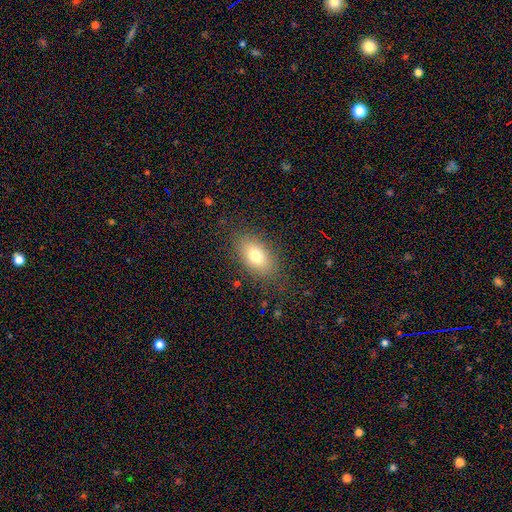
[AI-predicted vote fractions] smooth-or-featured: smooth: 75% | featured or disk: 16% | star or artifact: 10%
  how-rounded: in between: 87% | round: 9% | cigar-shaped: 4%
  merging: none: 81% | minor disturbance: 12% | major disturbance: 5% | merger: 1%